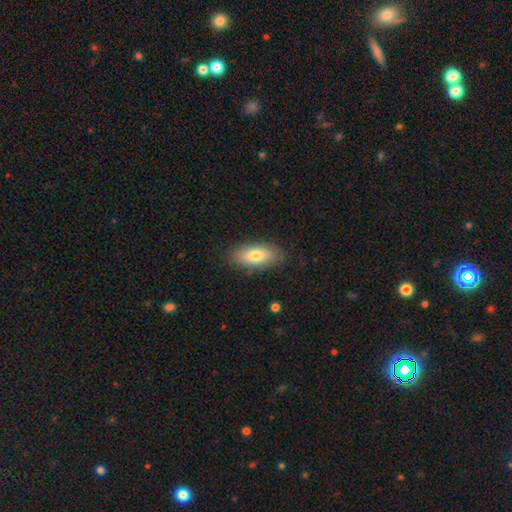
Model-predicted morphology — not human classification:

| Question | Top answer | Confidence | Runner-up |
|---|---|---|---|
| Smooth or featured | smooth | 77% | featured or disk (16%) |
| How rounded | in between | 85% | cigar-shaped (12%) |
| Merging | none | 85% | minor disturbance (11%) |